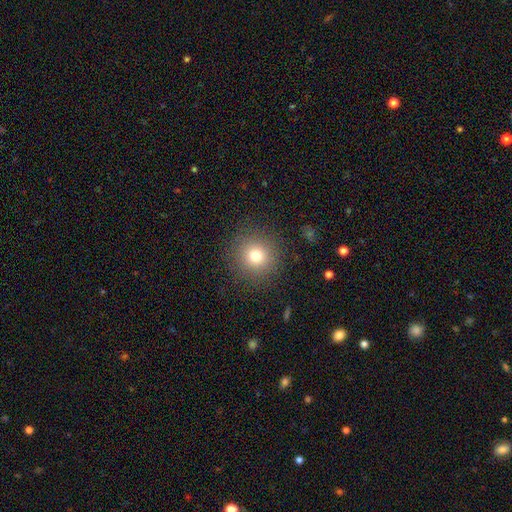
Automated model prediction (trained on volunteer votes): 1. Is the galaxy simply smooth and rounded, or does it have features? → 76% smooth, 15% star or artifact, 9% featured or disk.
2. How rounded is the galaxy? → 94% round, 5% in between, 1% cigar-shaped.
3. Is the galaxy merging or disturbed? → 89% none, 6% minor disturbance, 3% major disturbance, 1% merger.